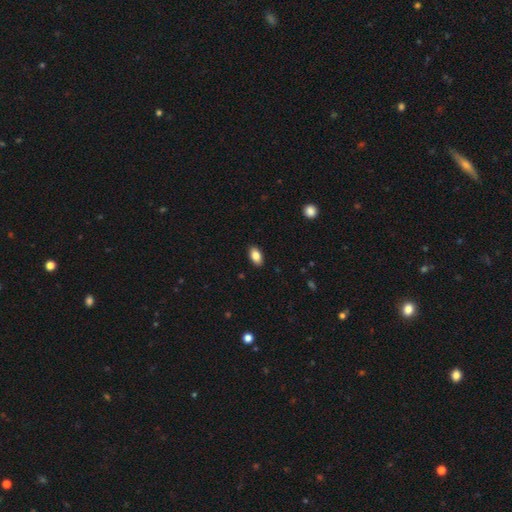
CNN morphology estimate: Overall: smooth (85%). How rounded: in between (92%). Merging: none (89%).